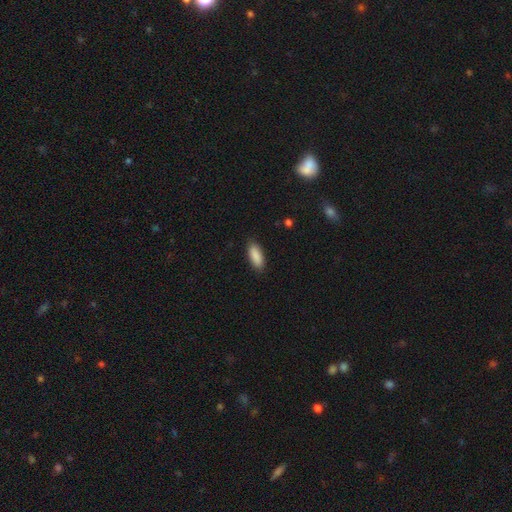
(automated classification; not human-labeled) Smooth or featured?
  - smooth: 90% *
  - star or artifact: 6%
  - featured or disk: 4%
How rounded?
  - in between: 79% *
  - cigar-shaped: 19%
  - round: 2%
Merging?
  - none: 86% *
  - minor disturbance: 11%
  - major disturbance: 2%
  - merger: 1%